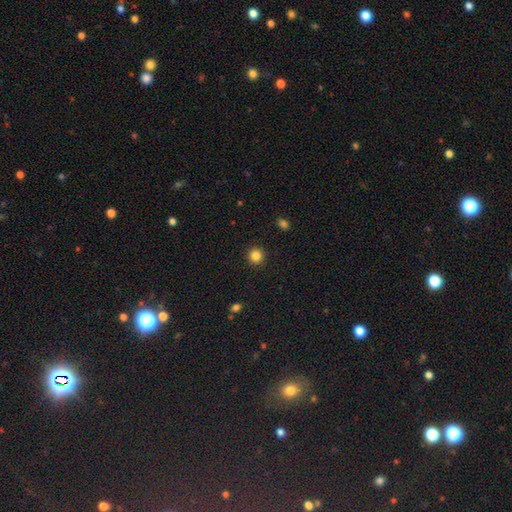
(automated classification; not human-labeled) Smooth or featured: smooth — 85% (star or artifact — 11%)
How rounded: round — 93% (in between — 6%)
Merging: none — 92% (minor disturbance — 5%)